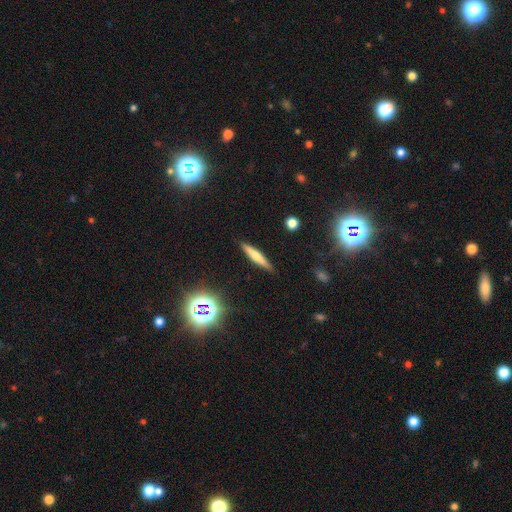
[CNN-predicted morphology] smooth 59%, featured or disk 31%, star or artifact 10%. Down the decision tree: how rounded — cigar-shaped (90%); merging — none (88%).